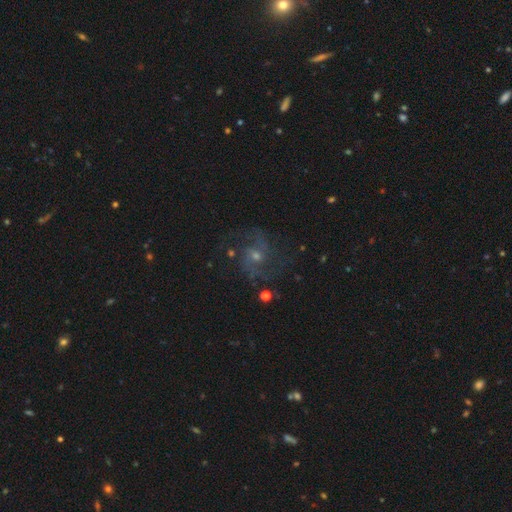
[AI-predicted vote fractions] Smooth or featured?
  - featured or disk: 77% *
  - star or artifact: 12%
  - smooth: 11%
Edge-on disk?
  - no: 97% *
  - yes: 3%
Bar?
  - no: 60% *
  - weak: 34%
  - strong: 6%
Spiral arms?
  - yes: 93% *
  - no: 7%
Spiral winding?
  - medium: 51% *
  - loose: 34%
  - tight: 15%
Spiral arm count?
  - 2: 69% *
  - can't tell: 12%
  - 3: 9%
  - 1: 4%
  - 4: 3%
  - more than 4: 3%
Bulge size?
  - small: 55% *
  - moderate: 40%
  - none: 3%
  - large: 2%
  - dominant: 1%
Merging?
  - none: 68% *
  - minor disturbance: 16%
  - major disturbance: 14%
  - merger: 2%